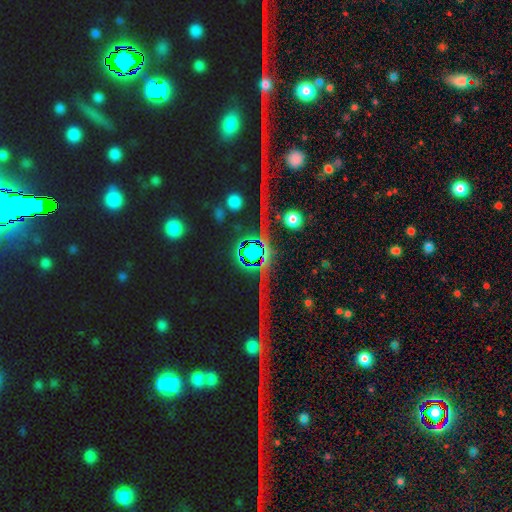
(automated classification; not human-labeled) Q: Smooth or featured?
A: star or artifact (73%); runner-up: featured or disk (14%)